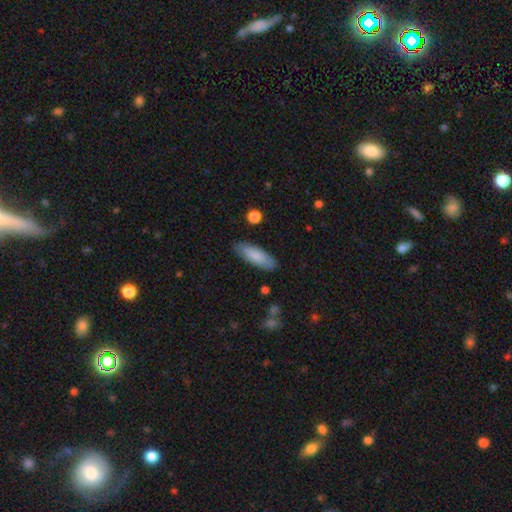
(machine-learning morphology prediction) A smooth galaxy with no disk features (85%) that is in between round and cigar-shaped (56%).

Vote fractions:
- Smooth or featured? smooth: 85% / featured or disk: 10% / star or artifact: 6%
- How rounded? in between: 56% / cigar-shaped: 42% / round: 1%
- Merging? none: 86% / minor disturbance: 10% / major disturbance: 2% / merger: 1%